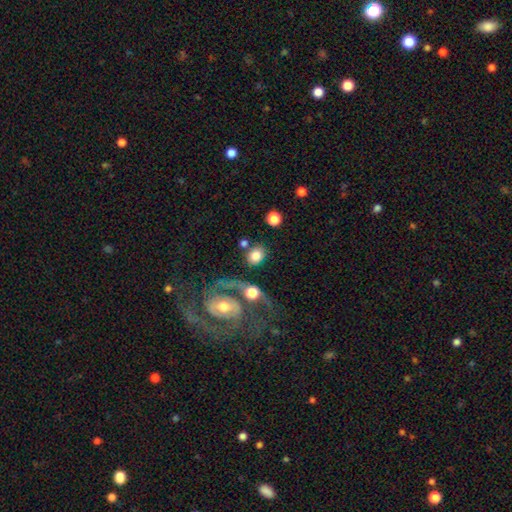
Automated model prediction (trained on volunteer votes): smooth_or_featured: smooth (p=0.77) [alt: featured or disk p=0.14]
how_rounded: round (p=0.64) [alt: in between p=0.35]
merging: none (p=0.66) [alt: merger p=0.14]